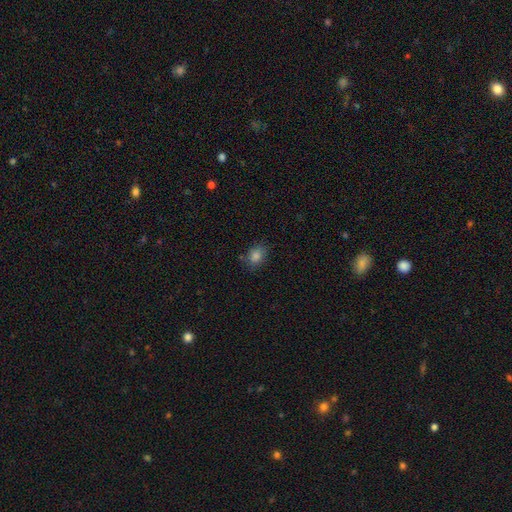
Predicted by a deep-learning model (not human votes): Morphology: type=smooth (80%); roundness=in between (56%); merging=none (79%).